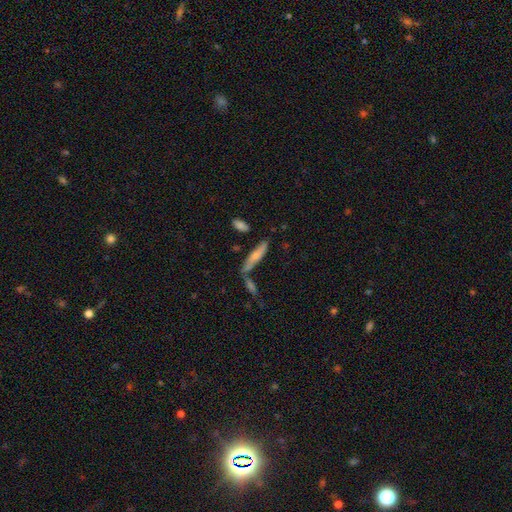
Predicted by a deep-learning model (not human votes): Smooth or featured? smooth (66%)
How rounded? cigar-shaped (75%)
Merging? none (61%)